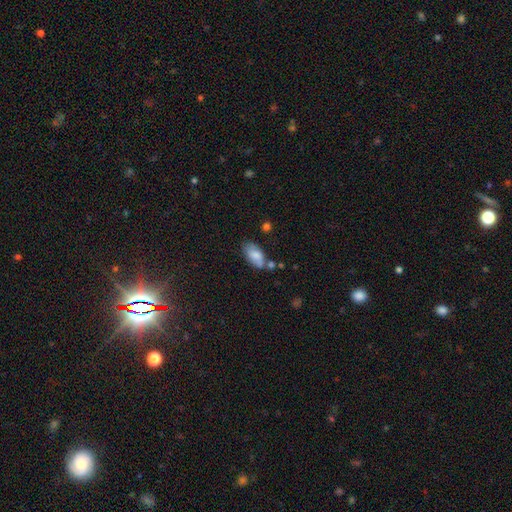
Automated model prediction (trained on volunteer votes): Smooth or featured? smooth (79%)
How rounded? in between (92%)
Merging? none (55%)